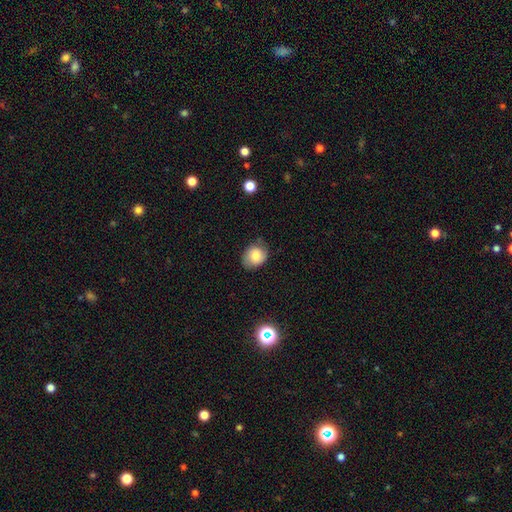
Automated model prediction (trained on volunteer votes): smooth_or_featured: smooth (p=0.75) [alt: featured or disk p=0.16]
how_rounded: round (p=0.51) [alt: in between p=0.48]
merging: none (p=0.68) [alt: minor disturbance p=0.25]